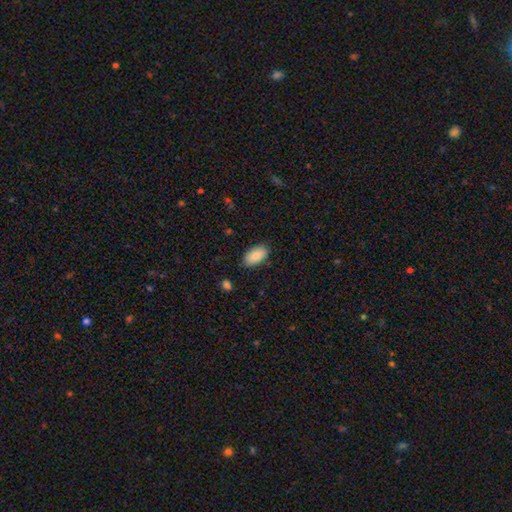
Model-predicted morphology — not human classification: Smooth or featured?
  - smooth: 88% *
  - star or artifact: 6%
  - featured or disk: 5%
How rounded?
  - in between: 94% *
  - cigar-shaped: 3%
  - round: 3%
Merging?
  - none: 84% *
  - minor disturbance: 12%
  - major disturbance: 3%
  - merger: 1%